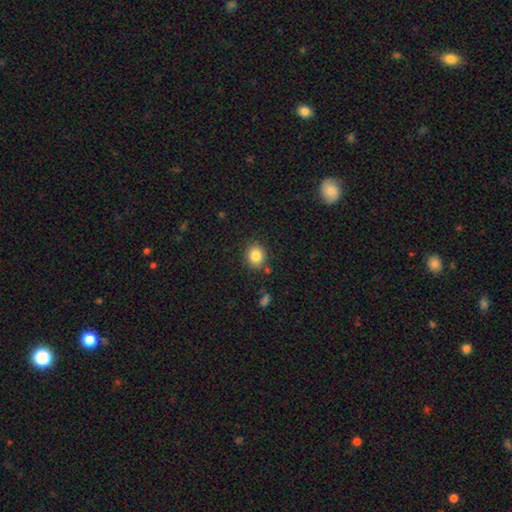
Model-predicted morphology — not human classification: Q: Smooth or featured?
A: smooth (84%); runner-up: star or artifact (10%)
Q: How rounded?
A: round (73%); runner-up: in between (26%)
Q: Merging?
A: none (85%); runner-up: minor disturbance (9%)